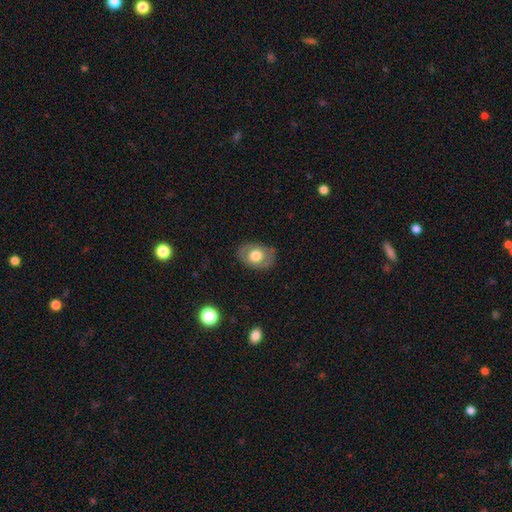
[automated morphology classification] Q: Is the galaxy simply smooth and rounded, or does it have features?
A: smooth — 62%.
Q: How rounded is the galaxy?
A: in between — 73%.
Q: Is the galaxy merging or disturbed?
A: none — 80%.